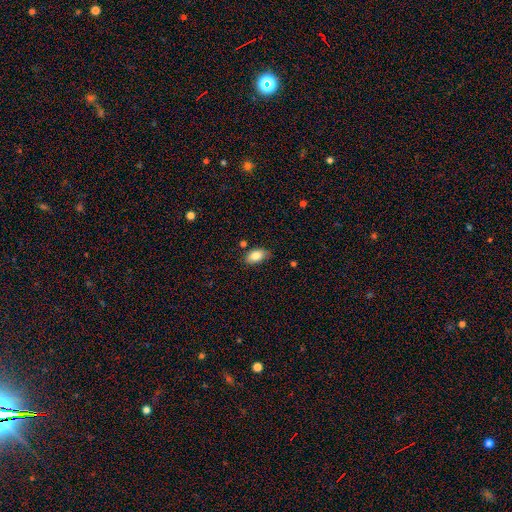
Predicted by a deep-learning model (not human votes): smooth_or_featured: smooth (p=0.85) [alt: featured or disk p=0.08]
how_rounded: in between (p=0.92) [alt: round p=0.06]
merging: none (p=0.76) [alt: minor disturbance p=0.18]